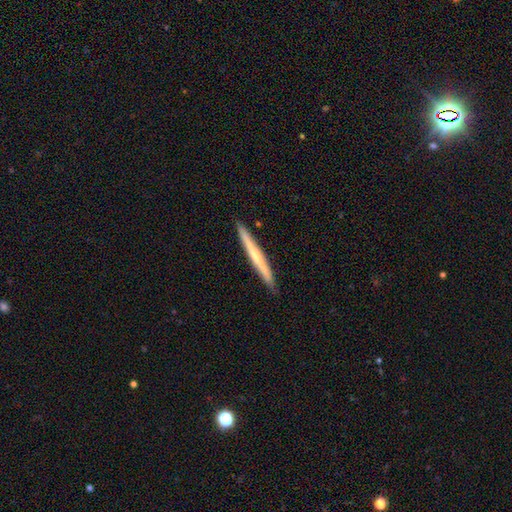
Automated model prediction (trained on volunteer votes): Smooth or featured? Predicted: featured or disk (p=0.54). Edge-on disk? Predicted: yes (p=0.96). Edge-on bulge? Predicted: none (p=0.50). Merging? Predicted: none (p=0.91).